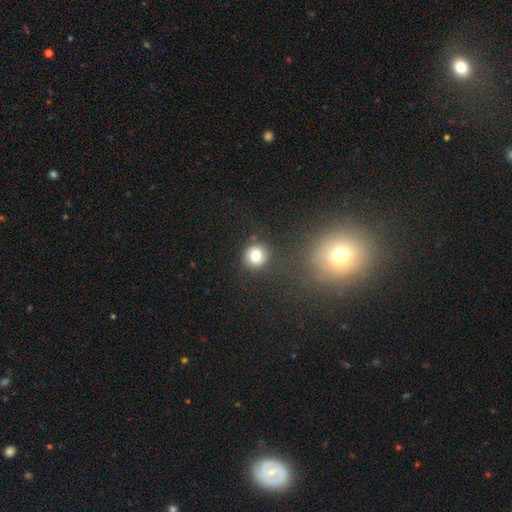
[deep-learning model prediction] smooth-or-featured: smooth: 78% | star or artifact: 12% | featured or disk: 11%
  how-rounded: round: 90% | in between: 9% | cigar-shaped: 1%
  merging: none: 85% | minor disturbance: 9% | merger: 3% | major disturbance: 3%